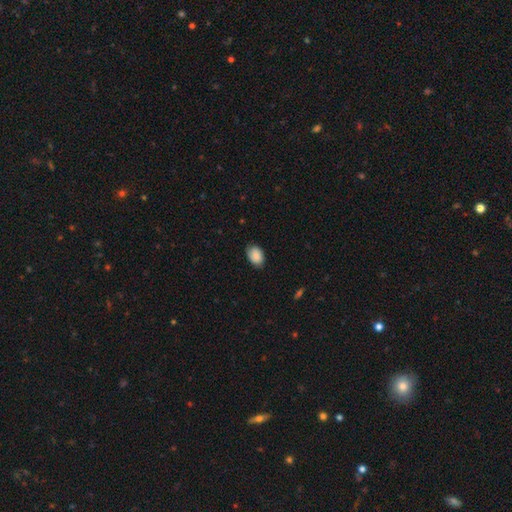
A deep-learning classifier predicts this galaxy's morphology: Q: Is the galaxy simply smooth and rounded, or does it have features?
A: smooth — 88%.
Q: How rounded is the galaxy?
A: in between — 83%.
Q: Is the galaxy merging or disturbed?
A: none — 79%.